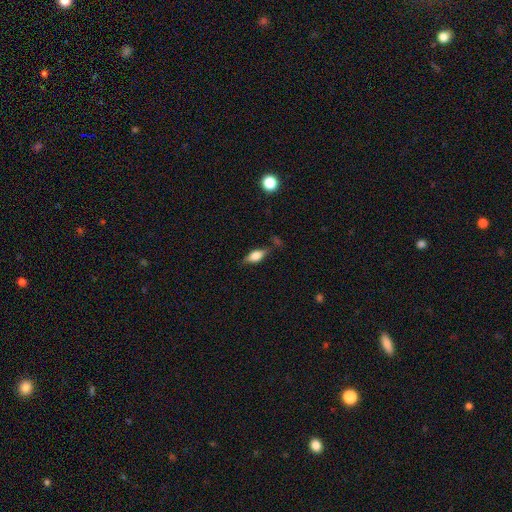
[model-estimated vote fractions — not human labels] This is likely a smooth galaxy (66%). How rounded: likely in between (79%). Merging: likely none (70%).